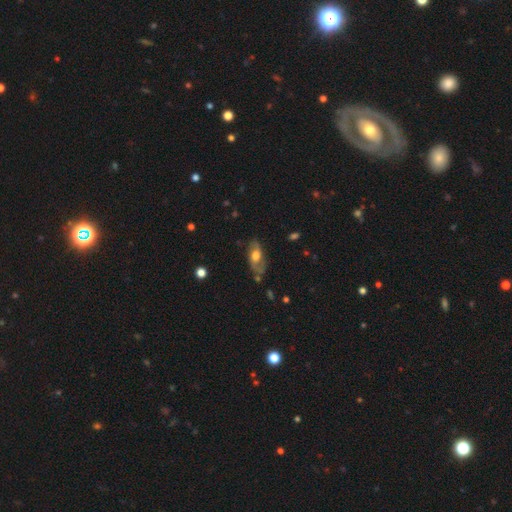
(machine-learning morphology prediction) This appears to be a featured or disk galaxy (50%). Merging: none (64%).